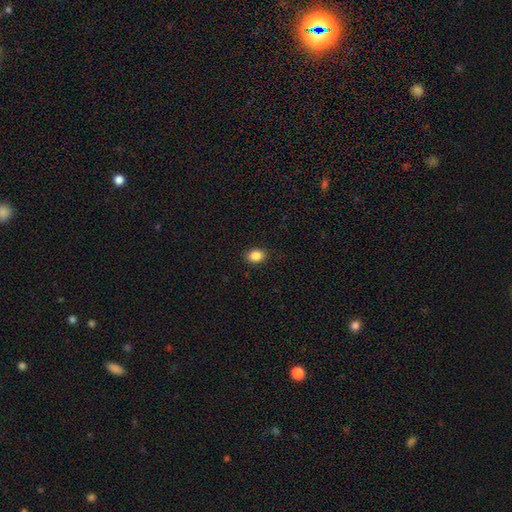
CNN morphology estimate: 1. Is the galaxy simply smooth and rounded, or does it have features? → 87% smooth, 9% star or artifact, 4% featured or disk.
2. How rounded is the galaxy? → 68% in between, 31% round, 1% cigar-shaped.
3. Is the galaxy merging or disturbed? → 88% none, 9% minor disturbance, 2% major disturbance, 1% merger.